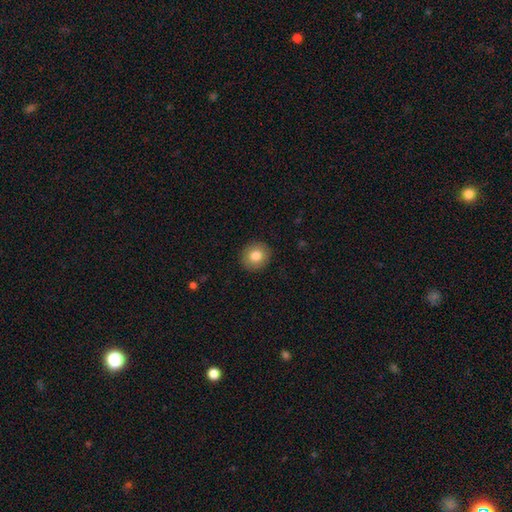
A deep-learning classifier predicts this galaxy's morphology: Overall: smooth (81%). How rounded: round (83%). Merging: none (91%).